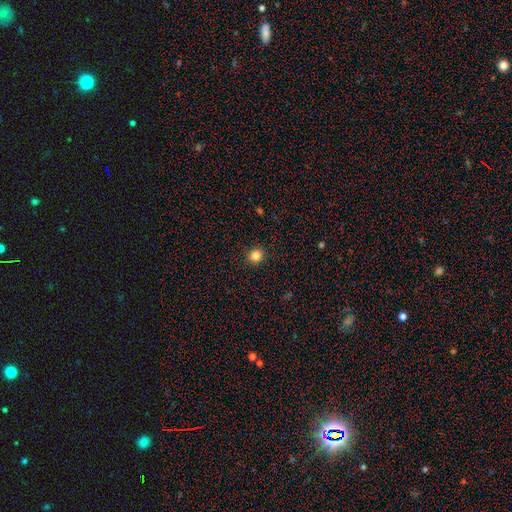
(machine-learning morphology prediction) smooth-or-featured: smooth: 83% | star or artifact: 12% | featured or disk: 5%
  how-rounded: round: 91% | in between: 8% | cigar-shaped: 1%
  merging: none: 92% | minor disturbance: 5% | major disturbance: 2% | merger: 1%